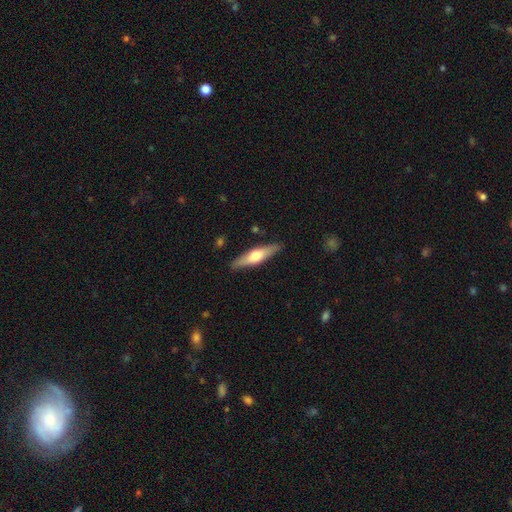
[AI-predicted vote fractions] The model was most divided on "smooth or featured": featured or disk: 50%, smooth: 45%, star or artifact: 5%. More confident: merging — none (88%).